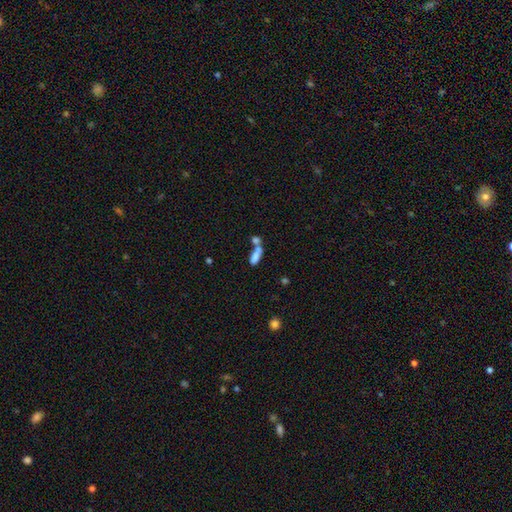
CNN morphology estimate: This is likely a smooth galaxy (74%). How rounded: likely in between (69%). Merging: possibly merger (58%).